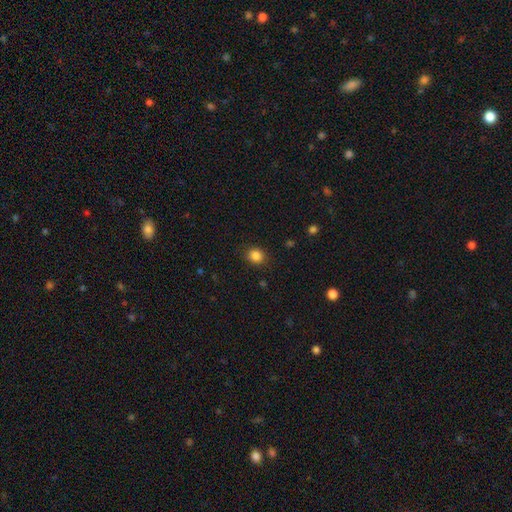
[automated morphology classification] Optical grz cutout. It shows a smooth galaxy with no disk features (85%) that is round (73%). Merging: none (87%).